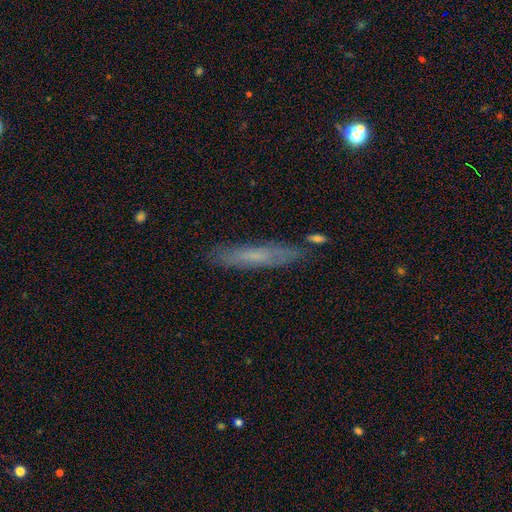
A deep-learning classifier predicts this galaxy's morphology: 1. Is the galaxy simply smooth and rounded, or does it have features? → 55% smooth, 36% featured or disk, 9% star or artifact.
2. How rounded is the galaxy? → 89% cigar-shaped, 10% in between, 2% round.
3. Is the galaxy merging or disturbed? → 79% none, 14% minor disturbance, 3% major disturbance, 3% merger.